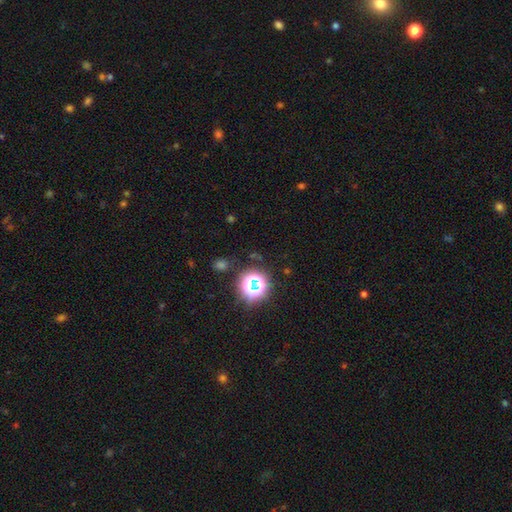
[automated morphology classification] Smooth or featured: star or artifact — 73% (smooth — 20%)